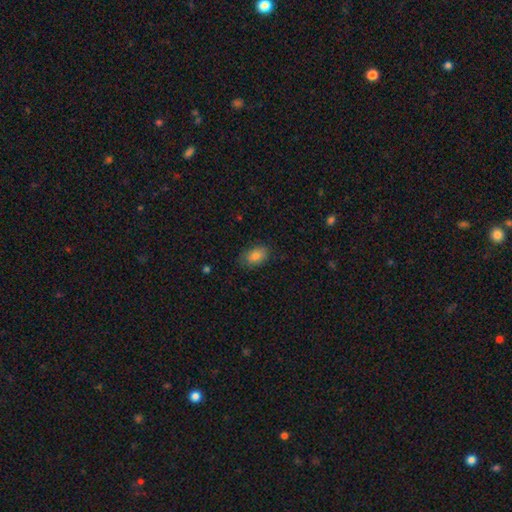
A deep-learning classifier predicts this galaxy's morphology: Smooth or featured: smooth — 82% (star or artifact — 9%)
How rounded: in between — 86% (round — 12%)
Merging: none — 77% (minor disturbance — 18%)